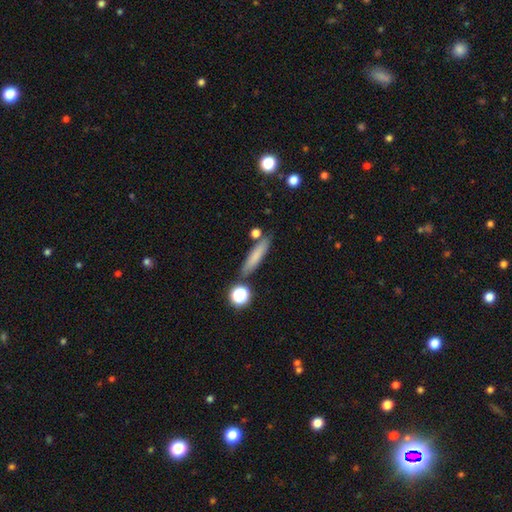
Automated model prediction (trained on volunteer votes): Overall: smooth (74%). How rounded: cigar-shaped (80%). Merging: none (78%).